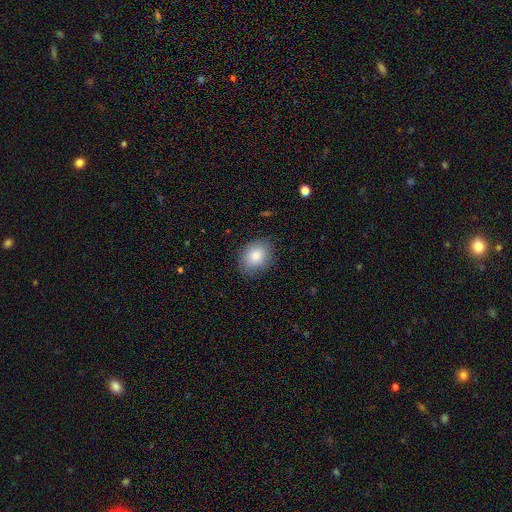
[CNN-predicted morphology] Smooth or featured: smooth — 83% (featured or disk — 8%)
How rounded: in between — 53% (round — 46%)
Merging: none — 82% (minor disturbance — 14%)